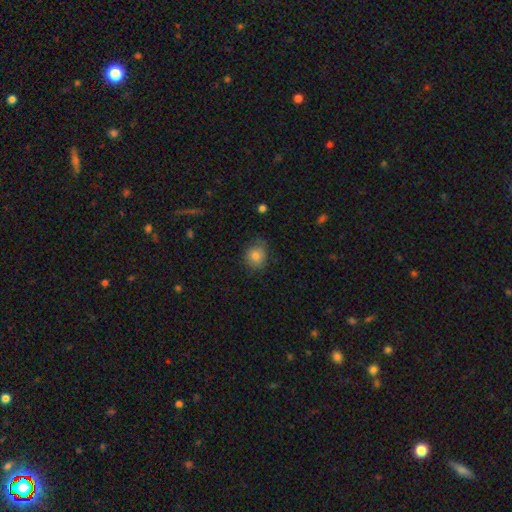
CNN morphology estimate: type=smooth (83%); roundness=round (72%); merging=none (70%).